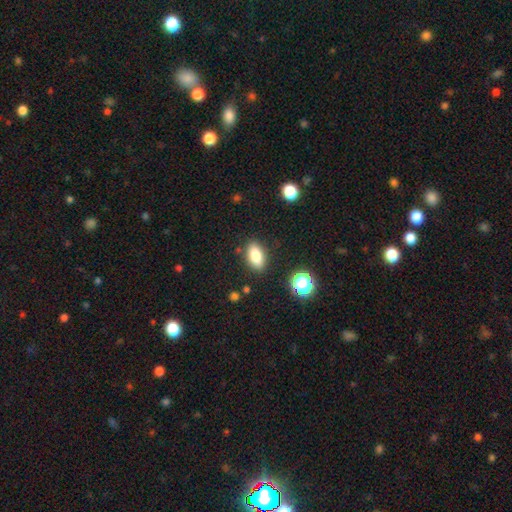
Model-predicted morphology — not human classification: Smooth or featured: smooth — 81% (featured or disk — 10%)
How rounded: in between — 86% (cigar-shaped — 8%)
Merging: none — 86% (minor disturbance — 10%)